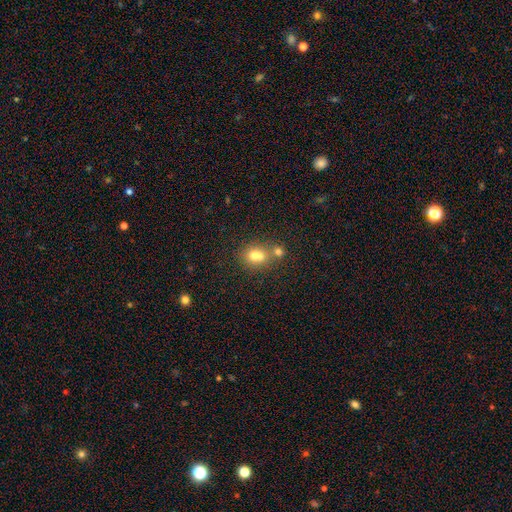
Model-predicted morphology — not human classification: Smooth or featured? Predicted: smooth (p=0.70). How rounded? Predicted: round (p=0.69). Merging? Predicted: merger (p=0.57).